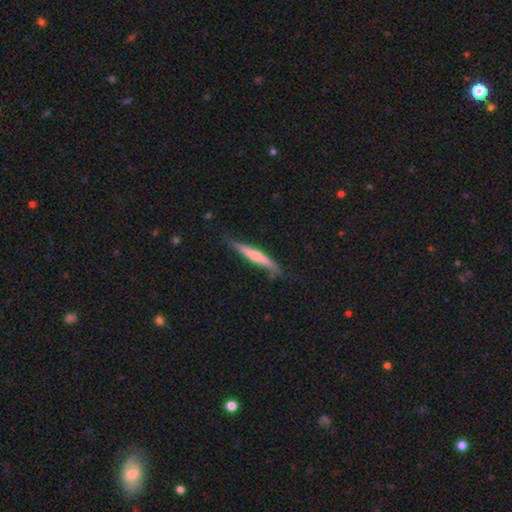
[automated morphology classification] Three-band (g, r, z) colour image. It shows a featured or disk galaxy (57%) viewed edge-on (92%) with a rounded central bulge (72%). Merging: none (70%).